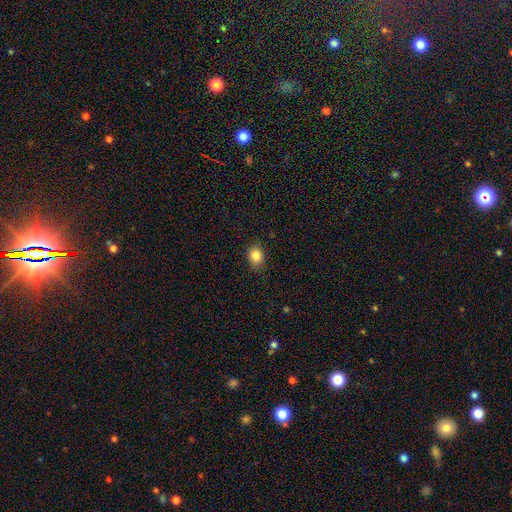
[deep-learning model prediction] A smooth galaxy with no disk features (84%) that is round (62%). Merging: none (83%).